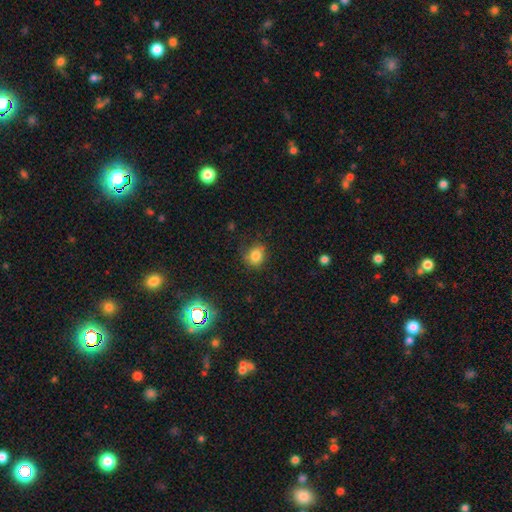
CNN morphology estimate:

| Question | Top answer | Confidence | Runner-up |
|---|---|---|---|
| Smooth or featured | smooth | 80% | star or artifact (13%) |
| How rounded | round | 71% | in between (28%) |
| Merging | none | 72% | minor disturbance (20%) |